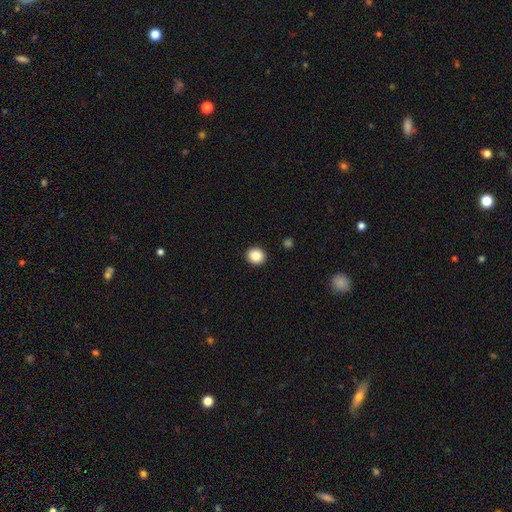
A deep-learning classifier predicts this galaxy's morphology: This appears to be a smooth galaxy with no disk features (87%) that is round (86%). Merging: none (92%).